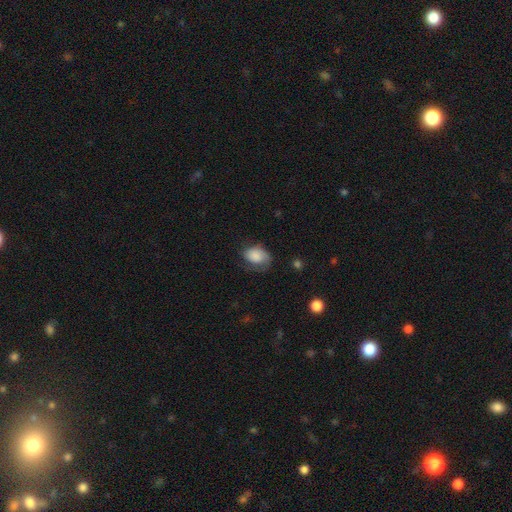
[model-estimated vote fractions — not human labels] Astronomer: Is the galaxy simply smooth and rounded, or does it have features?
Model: smooth — 71%.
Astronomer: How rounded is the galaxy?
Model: in between — 74%.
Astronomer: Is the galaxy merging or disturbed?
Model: none — 47% (runner-up: minor disturbance, 31%).